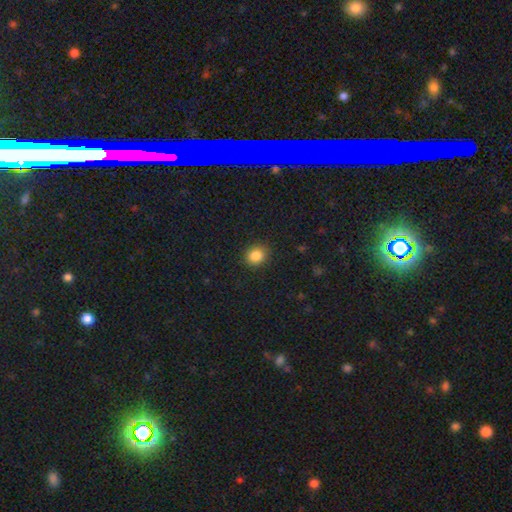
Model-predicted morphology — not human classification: Overall: smooth (85%). How rounded: round (68%; in between 31%). Merging: none (89%).